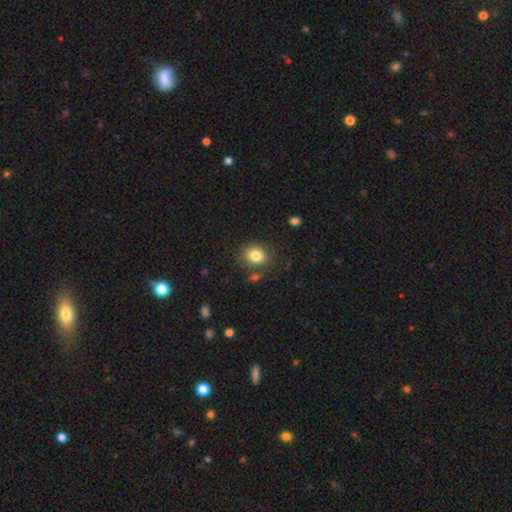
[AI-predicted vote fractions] Overall: smooth (82%). How rounded: round (71%). Merging: none (77%).